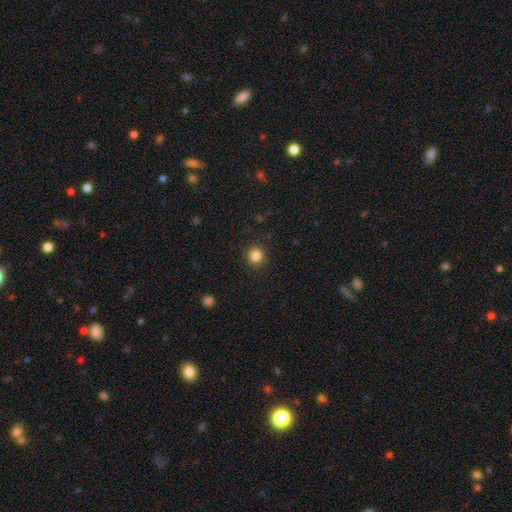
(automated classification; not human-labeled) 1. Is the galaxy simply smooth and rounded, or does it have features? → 84% smooth, 11% star or artifact, 4% featured or disk.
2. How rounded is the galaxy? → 93% round, 6% in between, 1% cigar-shaped.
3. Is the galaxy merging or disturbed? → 90% none, 6% minor disturbance, 2% major disturbance, 1% merger.